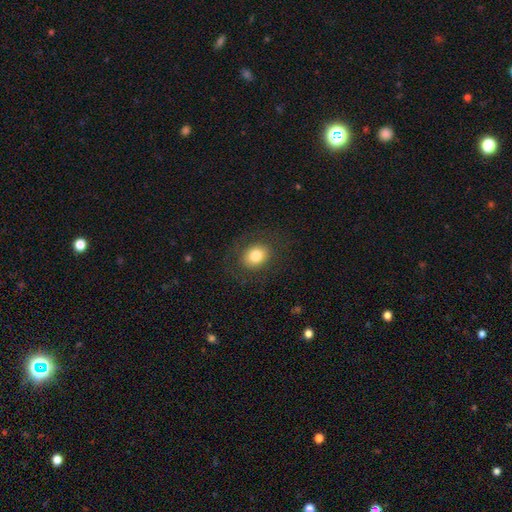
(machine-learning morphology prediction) type=smooth (79%); roundness=round (55%); merging=none (82%).